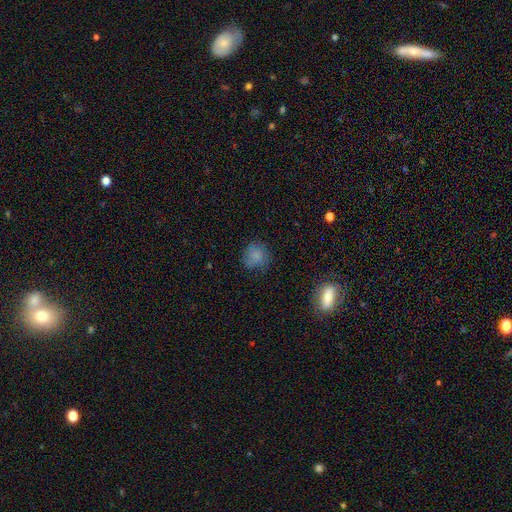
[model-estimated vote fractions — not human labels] This is clearly a smooth galaxy (81%). How rounded: clearly round (85%). Merging: likely none (74%).